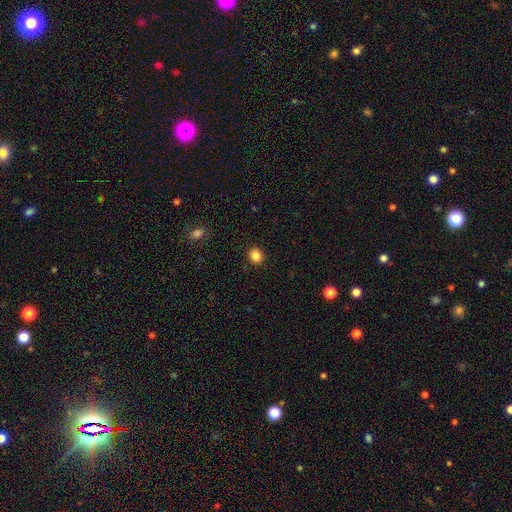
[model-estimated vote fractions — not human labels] Q: Smooth or featured?
A: smooth (85%); runner-up: star or artifact (11%)
Q: How rounded?
A: round (75%); runner-up: in between (24%)
Q: Merging?
A: none (91%); runner-up: minor disturbance (6%)